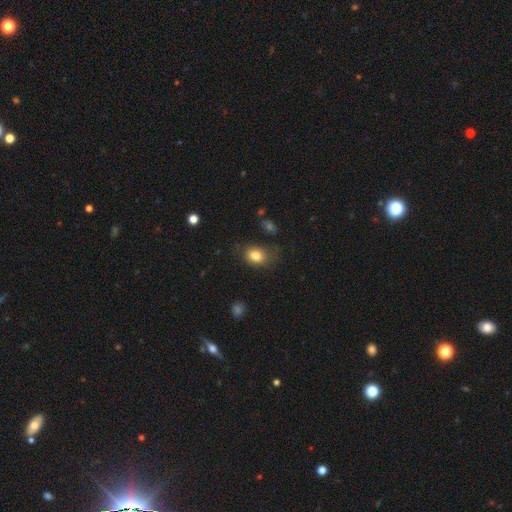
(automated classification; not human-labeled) smooth-or-featured: smooth: 81% | star or artifact: 10% | featured or disk: 9%
  how-rounded: in between: 69% | round: 30% | cigar-shaped: 1%
  merging: none: 66% | minor disturbance: 23% | major disturbance: 9% | merger: 2%